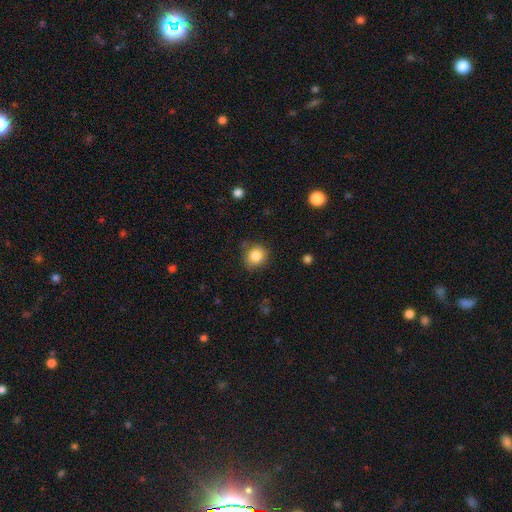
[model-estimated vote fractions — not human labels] smooth-or-featured: smooth: 84% | star or artifact: 10% | featured or disk: 6%
  how-rounded: round: 78% | in between: 21% | cigar-shaped: 1%
  merging: none: 78% | minor disturbance: 16% | major disturbance: 4% | merger: 2%